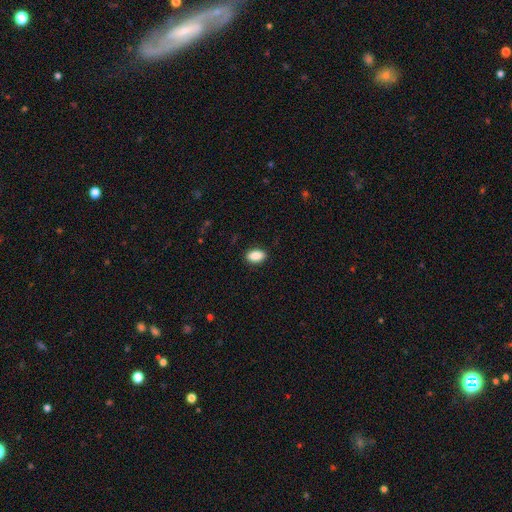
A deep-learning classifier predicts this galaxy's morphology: This appears to be a smooth galaxy with no disk features (89%) that is in between round and cigar-shaped (91%). Merging: none (89%).